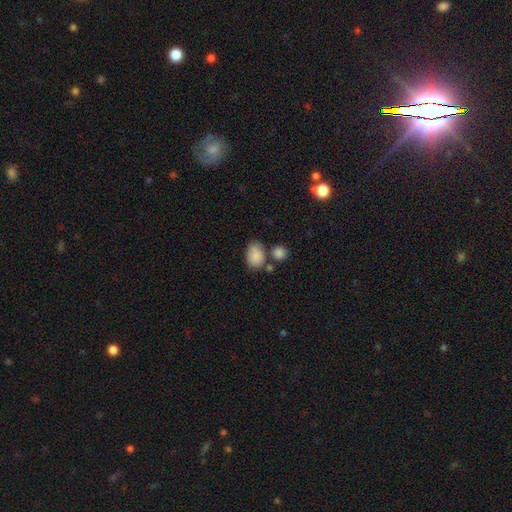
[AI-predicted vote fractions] Smooth or featured? smooth (84%)
How rounded? in between (75%)
Merging? none (55%)